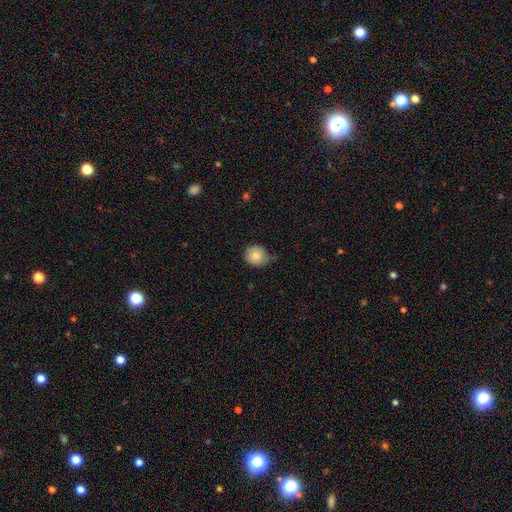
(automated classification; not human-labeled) Smooth or featured? smooth (79%)
How rounded? round (86%)
Merging? none (62%)